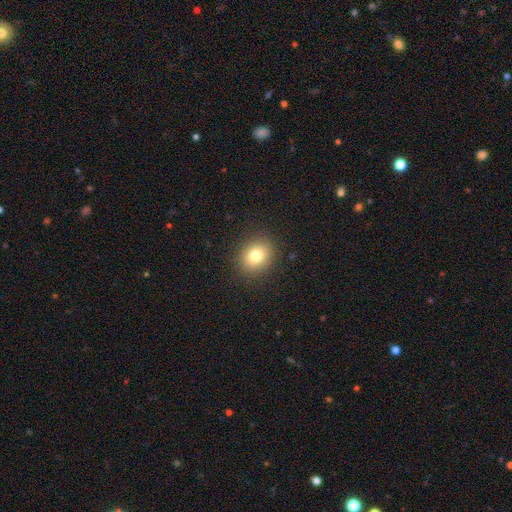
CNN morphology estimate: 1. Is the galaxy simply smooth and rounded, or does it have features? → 80% smooth, 11% star or artifact, 9% featured or disk.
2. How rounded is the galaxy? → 58% round, 41% in between, 1% cigar-shaped.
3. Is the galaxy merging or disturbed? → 89% none, 8% minor disturbance, 3% major disturbance, 1% merger.